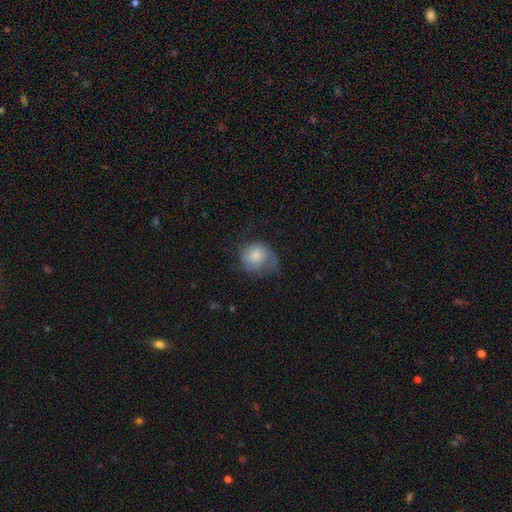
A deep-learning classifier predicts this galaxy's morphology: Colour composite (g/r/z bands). It shows a smooth galaxy with no disk features (60%) that is round (75%). Merging: none (39%).